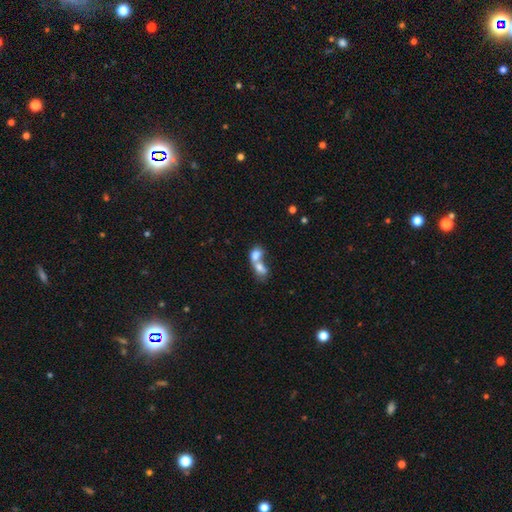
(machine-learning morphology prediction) Smooth or featured? smooth (72%)
How rounded? in between (73%)
Merging? merger (78%)